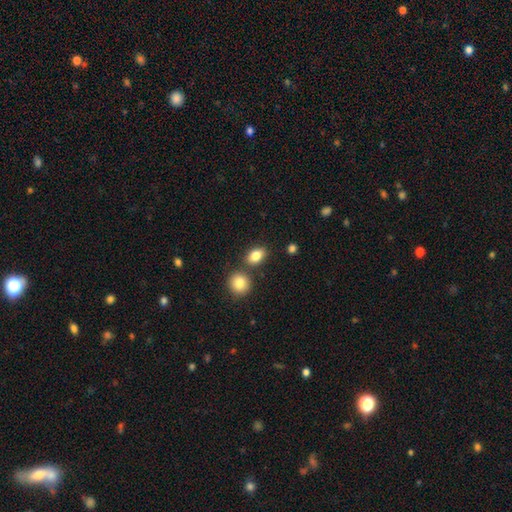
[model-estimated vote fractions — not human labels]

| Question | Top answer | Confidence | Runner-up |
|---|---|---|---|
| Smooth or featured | smooth | 84% | star or artifact (9%) |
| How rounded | in between | 79% | round (19%) |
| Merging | none | 73% | merger (14%) |